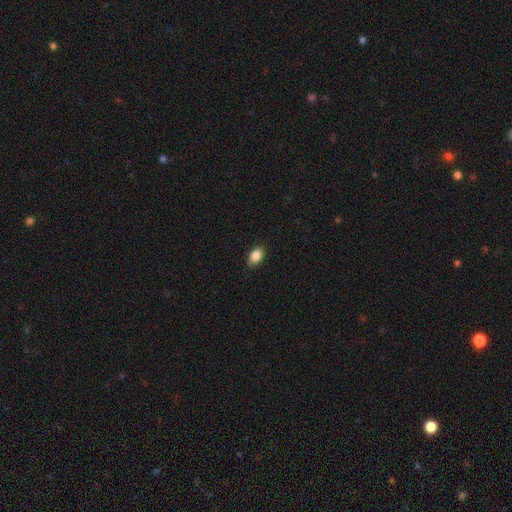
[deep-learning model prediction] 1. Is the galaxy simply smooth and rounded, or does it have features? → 86% smooth, 8% star or artifact, 6% featured or disk.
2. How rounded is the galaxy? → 83% in between, 15% round, 2% cigar-shaped.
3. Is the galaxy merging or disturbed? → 84% none, 13% minor disturbance, 2% major disturbance, 1% merger.